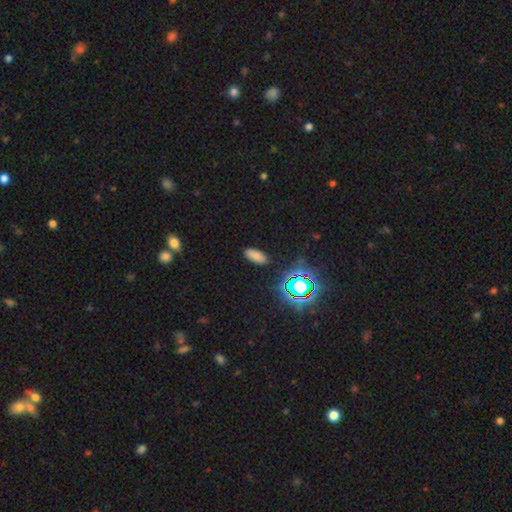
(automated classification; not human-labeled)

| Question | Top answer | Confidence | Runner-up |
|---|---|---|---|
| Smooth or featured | smooth | 73% | star or artifact (21%) |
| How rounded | in between | 86% | cigar-shaped (10%) |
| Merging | none | 88% | minor disturbance (8%) |